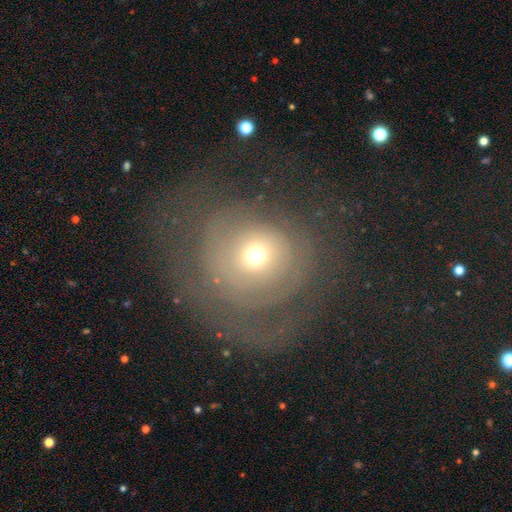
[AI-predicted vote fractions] Smooth or featured?
  - featured or disk: 47% *
  - smooth: 40%
  - star or artifact: 13%
Merging?
  - none: 52% *
  - major disturbance: 31%
  - minor disturbance: 15%
  - merger: 3%